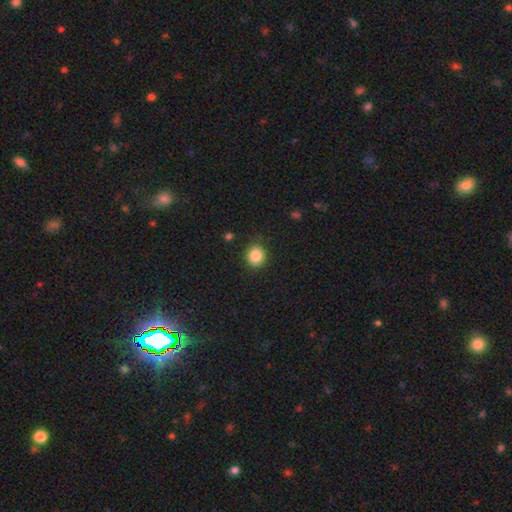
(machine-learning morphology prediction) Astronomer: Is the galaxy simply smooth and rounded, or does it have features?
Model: smooth — 85%.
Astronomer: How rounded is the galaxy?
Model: round — 79%.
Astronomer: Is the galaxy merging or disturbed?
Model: none — 86%.